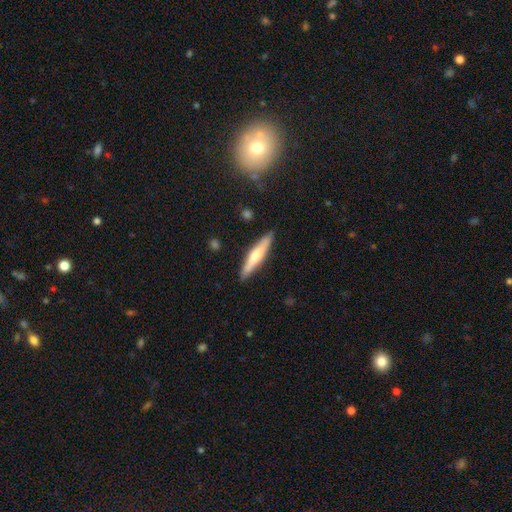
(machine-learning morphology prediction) Q: Smooth or featured?
A: smooth (57%); runner-up: featured or disk (38%)
Q: How rounded?
A: cigar-shaped (88%); runner-up: in between (10%)
Q: Merging?
A: none (87%); runner-up: minor disturbance (9%)